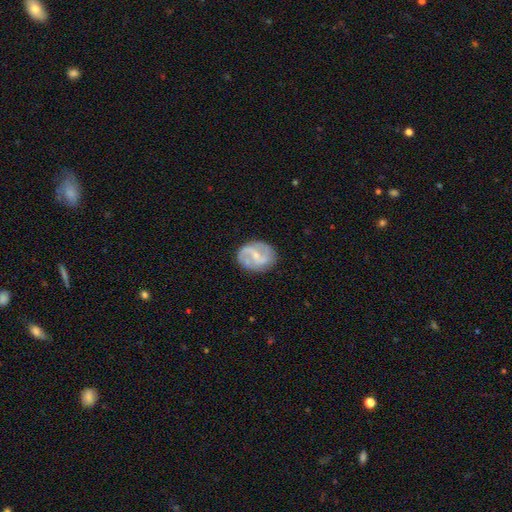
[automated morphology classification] featured or disk 78%, smooth 17%, star or artifact 5%. Down the decision tree: edge-on disk — no (98%); bar — weak (49%); spiral arms — yes (90%); spiral arm count — 2 (84%); spiral winding — medium (43%); bulge size — small (65%); merging — none (79%).